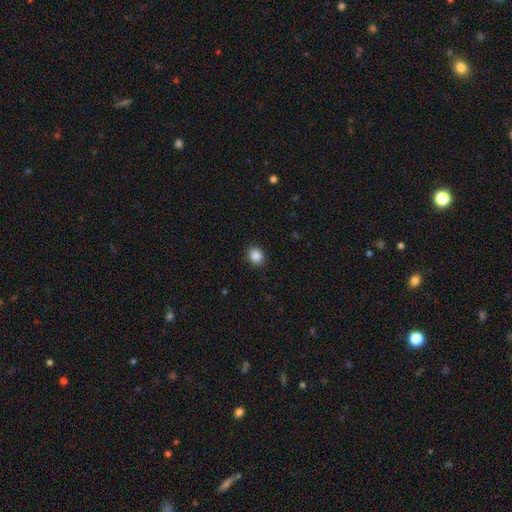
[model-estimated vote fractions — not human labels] Q: Smooth or featured?
A: smooth (87%); runner-up: star or artifact (10%)
Q: How rounded?
A: round (62%); runner-up: in between (37%)
Q: Merging?
A: none (90%); runner-up: minor disturbance (7%)